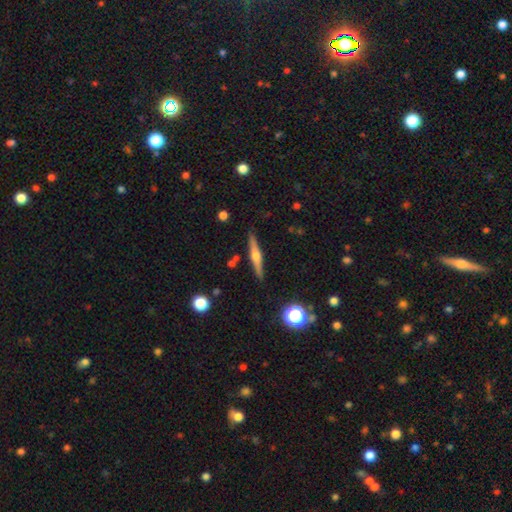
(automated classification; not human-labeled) This is likely a featured or disk galaxy (67%). It is clearly viewed edge-on (97%). Edge-on bulge: clearly rounded (90%). Merging: clearly none (88%).